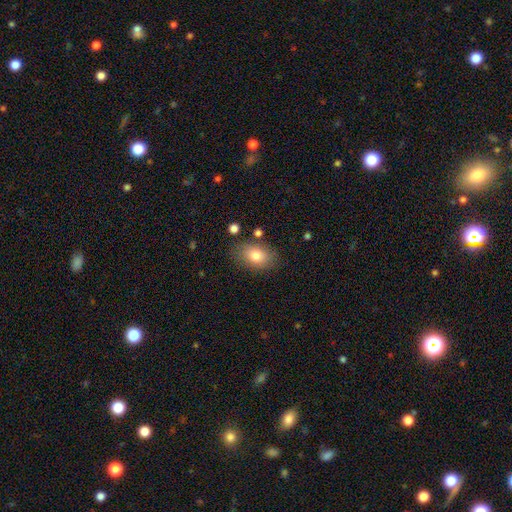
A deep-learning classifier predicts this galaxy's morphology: smooth 79%, featured or disk 13%, star or artifact 9%. Down the decision tree: how rounded — in between (81%); merging — none (79%).